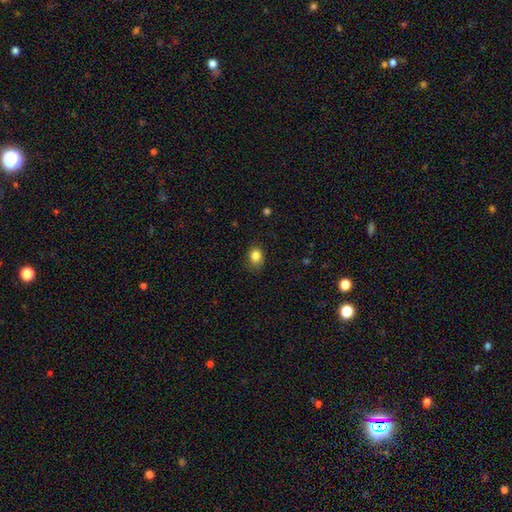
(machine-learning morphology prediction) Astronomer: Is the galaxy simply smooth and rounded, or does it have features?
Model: smooth — 84%.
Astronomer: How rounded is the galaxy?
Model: in between — 54% (runner-up: round, 45%).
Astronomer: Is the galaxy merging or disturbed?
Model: none — 74%.